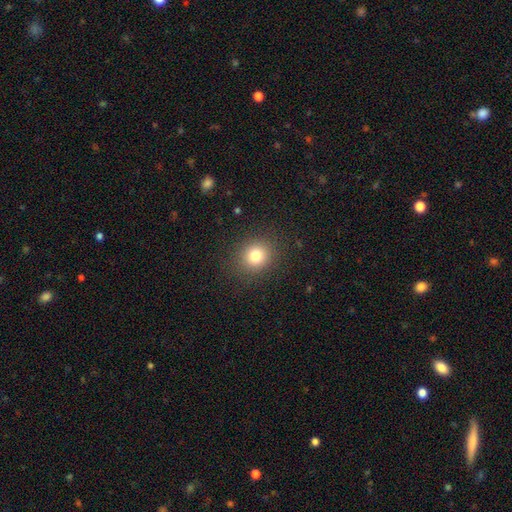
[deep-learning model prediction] Morphology: type=smooth (79%); roundness=round (83%); merging=none (88%).